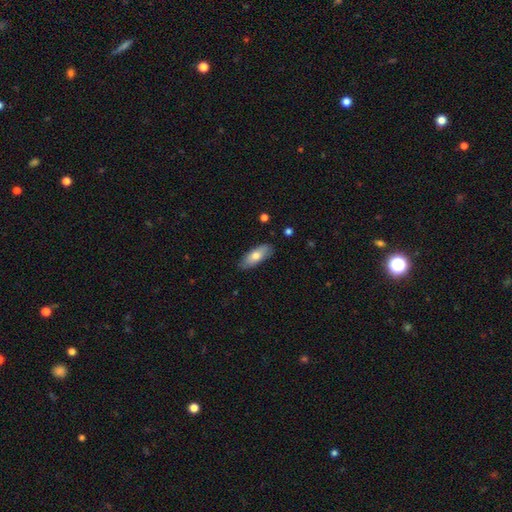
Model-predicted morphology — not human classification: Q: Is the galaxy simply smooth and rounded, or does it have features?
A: smooth — 71%.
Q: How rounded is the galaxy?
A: in between — 73%.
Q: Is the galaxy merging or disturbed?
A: none — 85%.